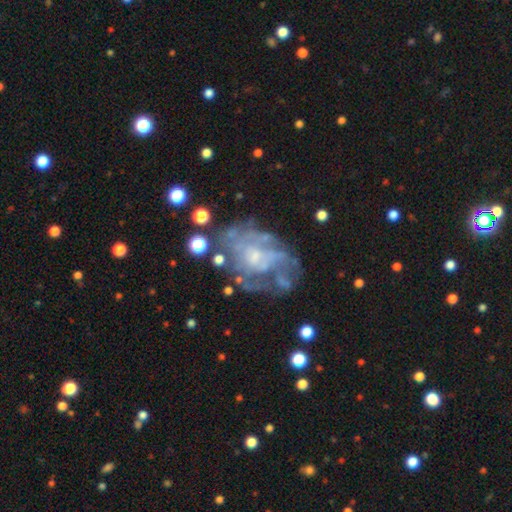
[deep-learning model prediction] Smooth or featured? Predicted: featured or disk (p=0.73). Edge-on disk? Predicted: no (p=0.97). Bar? Predicted: no (p=0.79). Spiral arms? Predicted: yes (p=0.51). Bulge size? Predicted: small (p=0.52). Merging? Predicted: none (p=0.49).